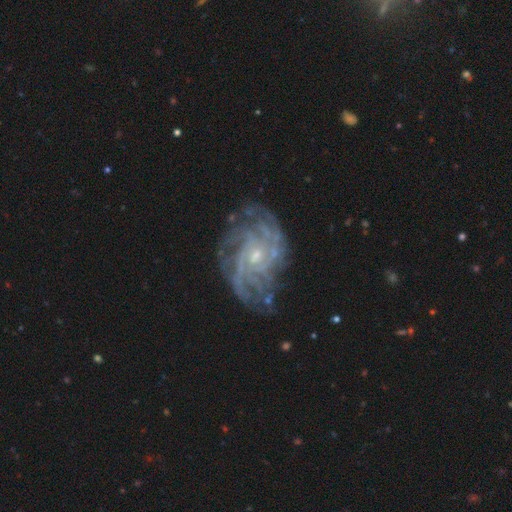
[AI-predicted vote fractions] This appears to be a featured or disk galaxy (89%) with no bar (68%), tight (64%) spiral arms (97%) and a small central bulge (67%). Merging: none (74%).